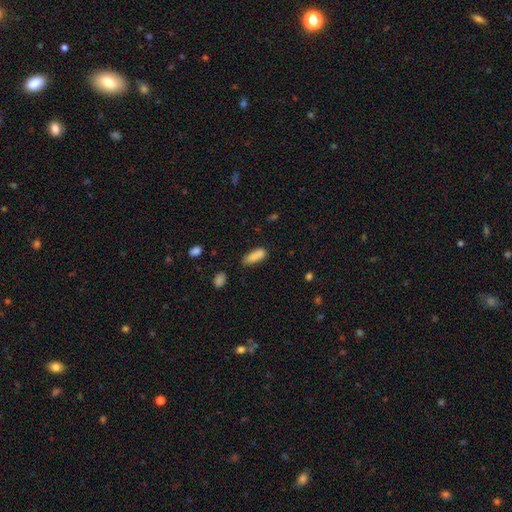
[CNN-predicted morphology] smooth-or-featured: smooth: 85% | star or artifact: 8% | featured or disk: 6%
  how-rounded: in between: 64% | cigar-shaped: 34% | round: 2%
  merging: none: 60% | minor disturbance: 28% | major disturbance: 7% | merger: 5%